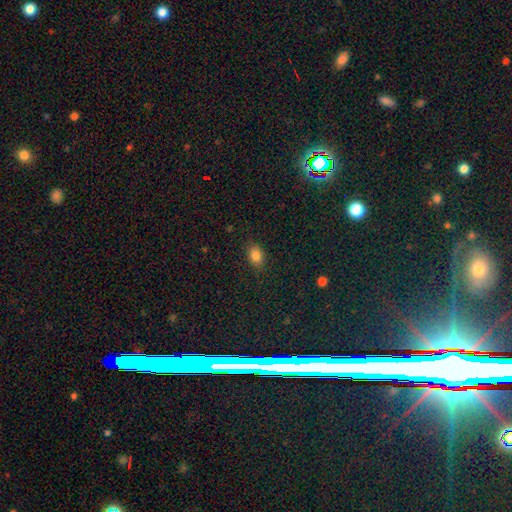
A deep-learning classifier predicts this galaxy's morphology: Smooth or featured: smooth — 84% (star or artifact — 10%)
How rounded: in between — 77% (round — 22%)
Merging: none — 85% (minor disturbance — 11%)